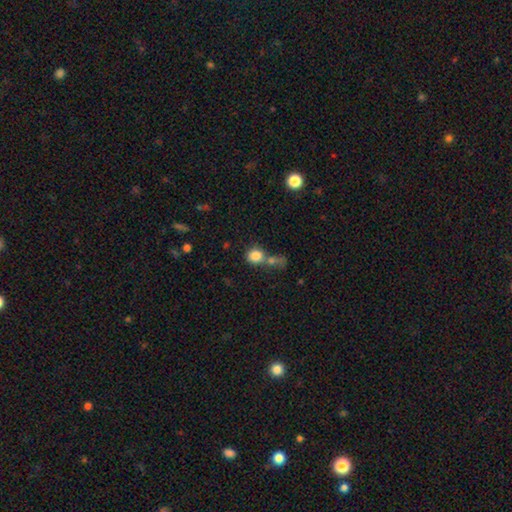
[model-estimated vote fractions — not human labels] Smooth or featured? Predicted: smooth (p=0.81). How rounded? Predicted: round (p=0.74). Merging? Predicted: merger (p=0.44).